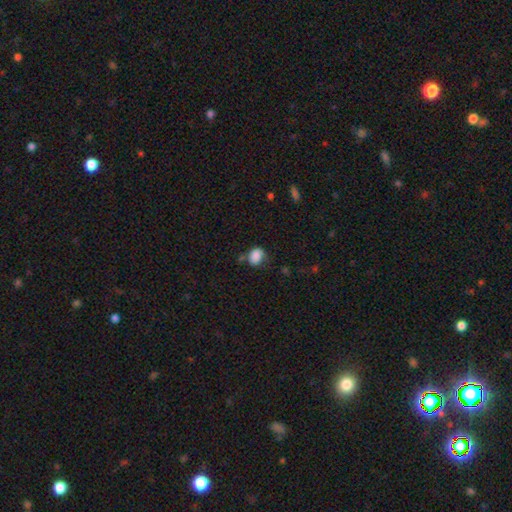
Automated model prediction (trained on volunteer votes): smooth_or_featured: smooth (p=0.84) [alt: star or artifact p=0.09]
how_rounded: in between (p=0.60) [alt: round p=0.39]
merging: none (p=0.50) [alt: minor disturbance p=0.30]